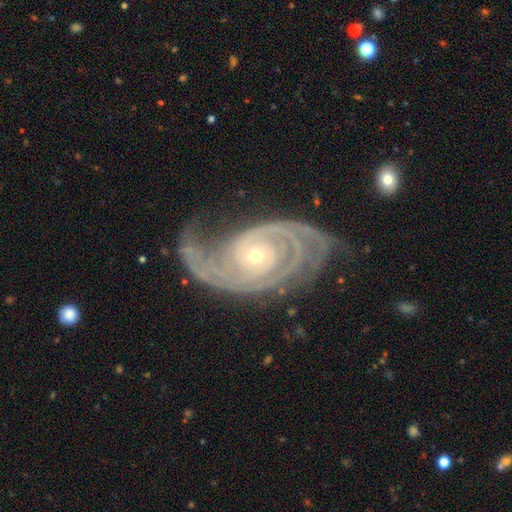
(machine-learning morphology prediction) Smooth or featured? Predicted: featured or disk (p=0.92). Edge-on disk? Predicted: no (p=0.97). Bar? Predicted: no (p=0.71). Spiral arms? Predicted: yes (p=0.98). Spiral winding? Predicted: tight (p=0.66). Spiral arm count? Predicted: 2 (p=0.55). Bulge size? Predicted: small (p=0.63). Merging? Predicted: none (p=0.62).